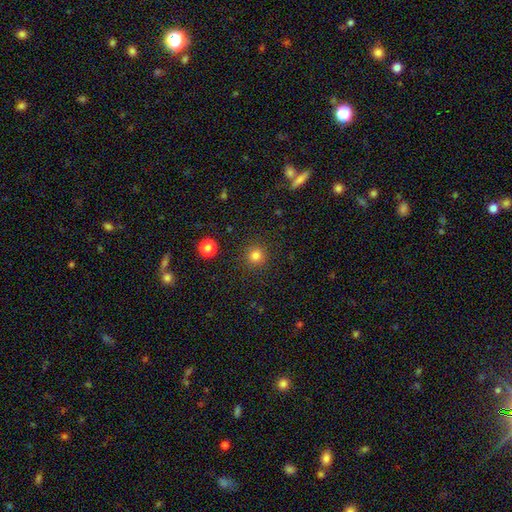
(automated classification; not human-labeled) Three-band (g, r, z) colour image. It shows a smooth galaxy with no disk features (81%) that is round (94%). Merging: none (90%).